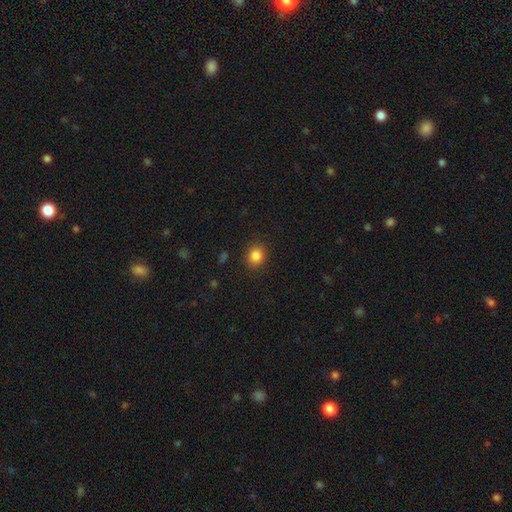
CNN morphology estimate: smooth_or_featured: smooth (p=0.85) [alt: star or artifact p=0.11]
how_rounded: round (p=0.68) [alt: in between p=0.31]
merging: none (p=0.87) [alt: minor disturbance p=0.09]